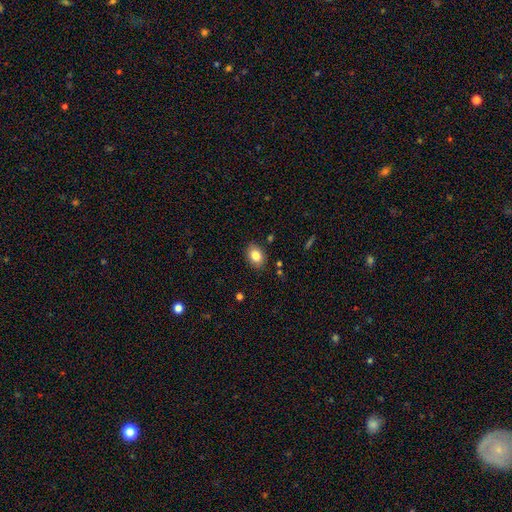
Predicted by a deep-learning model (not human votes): Smooth or featured? Predicted: smooth (p=0.83). How rounded? Predicted: in between (p=0.71). Merging? Predicted: none (p=0.86).